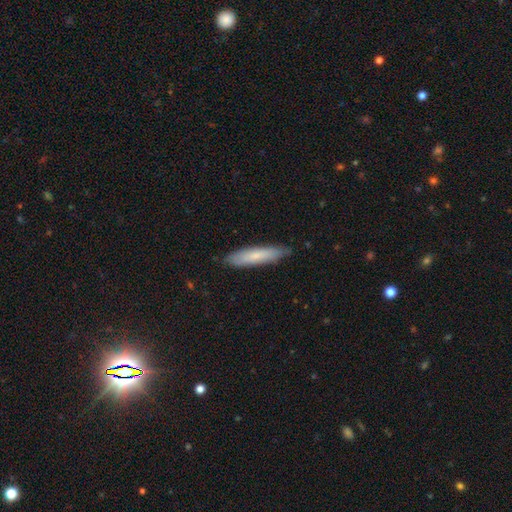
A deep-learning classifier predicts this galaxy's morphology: Smooth or featured?
  - smooth: 73% *
  - featured or disk: 21%
  - star or artifact: 6%
How rounded?
  - cigar-shaped: 83% *
  - in between: 16%
  - round: 1%
Merging?
  - none: 84% *
  - minor disturbance: 13%
  - major disturbance: 2%
  - merger: 1%